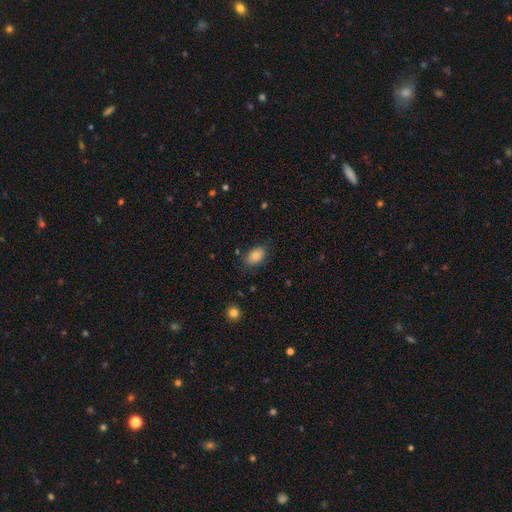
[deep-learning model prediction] This appears to be a smooth galaxy with no disk features (85%) that is in between round and cigar-shaped (89%). Merging: none (79%).